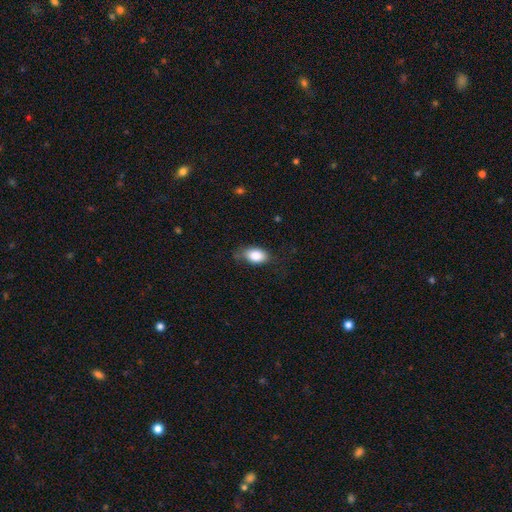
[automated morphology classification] The model was most divided on "merging": none: 63%, minor disturbance: 27%, major disturbance: 9%, merger: 1%. More confident: how rounded — in between (88%); smooth or featured — smooth (85%).